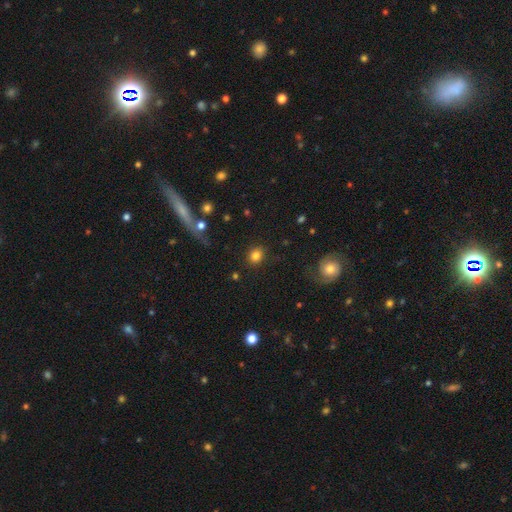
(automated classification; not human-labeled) smooth_or_featured: smooth (p=0.82) [alt: star or artifact p=0.11]
how_rounded: round (p=0.77) [alt: in between p=0.22]
merging: none (p=0.87) [alt: minor disturbance p=0.08]